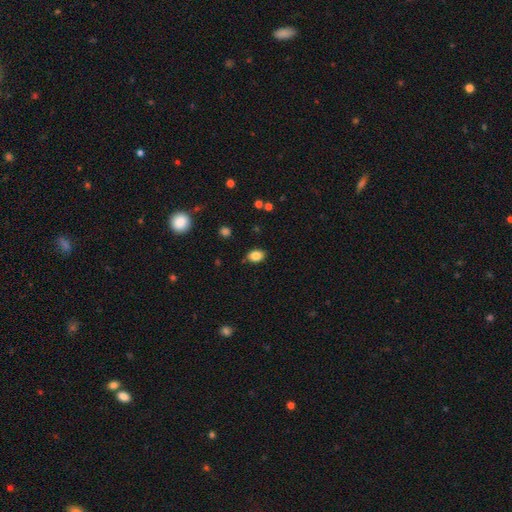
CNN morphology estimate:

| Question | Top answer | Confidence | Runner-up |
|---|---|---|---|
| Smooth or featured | smooth | 84% | star or artifact (9%) |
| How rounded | in between | 77% | round (21%) |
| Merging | none | 80% | minor disturbance (16%) |